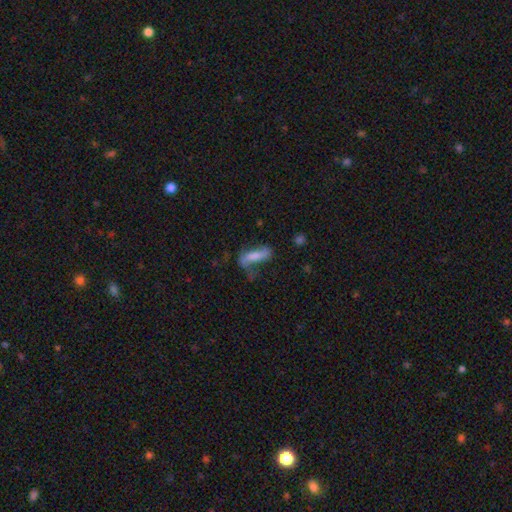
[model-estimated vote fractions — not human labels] Overall: smooth (48%; featured or disk 43%). Merging: none (42%; major disturbance 26%).